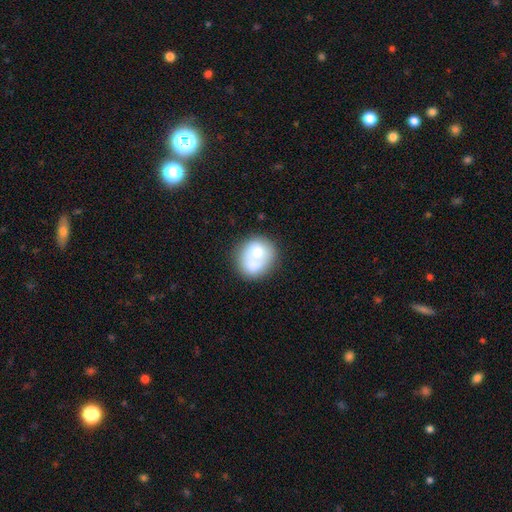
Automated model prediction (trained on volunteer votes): A smooth galaxy with no disk features (67%) that is round (73%).

Vote fractions:
- Smooth or featured? smooth: 67% / featured or disk: 26% / star or artifact: 8%
- How rounded? round: 73% / in between: 26% / cigar-shaped: 1%
- Merging? merger: 44% / none: 36% / minor disturbance: 13% / major disturbance: 7%